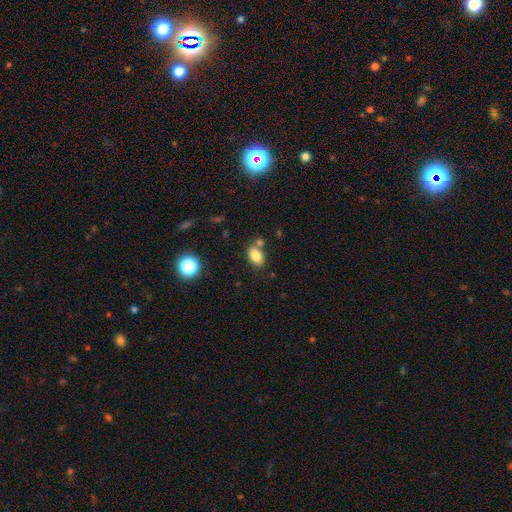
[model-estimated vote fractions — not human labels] The model was most divided on "merging": none: 67%, merger: 17%, minor disturbance: 13%, major disturbance: 3%. More confident: how rounded — in between (85%); smooth or featured — smooth (82%).